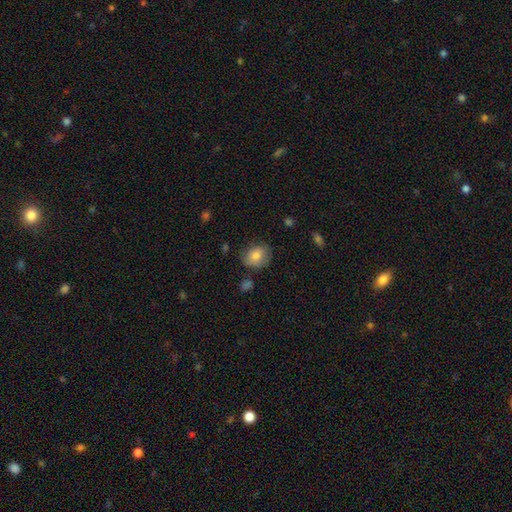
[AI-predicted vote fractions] Smooth or featured?
  - smooth: 80% *
  - featured or disk: 12%
  - star or artifact: 8%
How rounded?
  - round: 57% *
  - in between: 42%
  - cigar-shaped: 1%
Merging?
  - none: 72% *
  - minor disturbance: 21%
  - major disturbance: 5%
  - merger: 3%